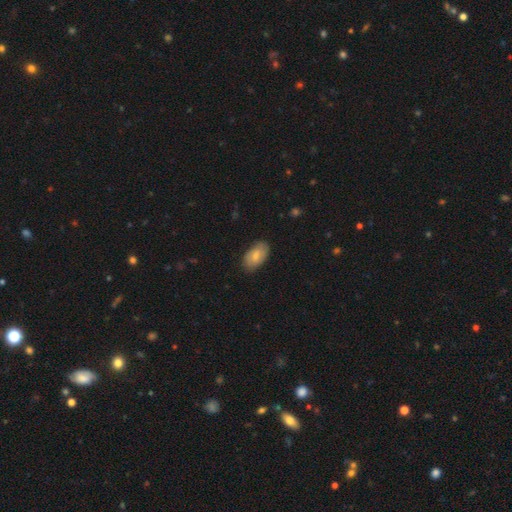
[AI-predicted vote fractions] A smooth galaxy with no disk features (69%) that is in between round and cigar-shaped (93%).

Vote fractions:
- Smooth or featured? smooth: 69% / featured or disk: 25% / star or artifact: 6%
- How rounded? in between: 93% / round: 4% / cigar-shaped: 2%
- Merging? none: 80% / minor disturbance: 16% / major disturbance: 3% / merger: 1%